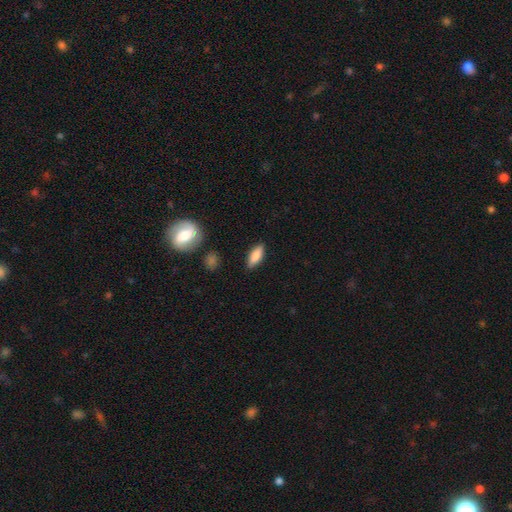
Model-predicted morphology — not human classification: This appears to be a smooth galaxy with no disk features (83%) that is in between round and cigar-shaped (72%). Merging: none (86%).